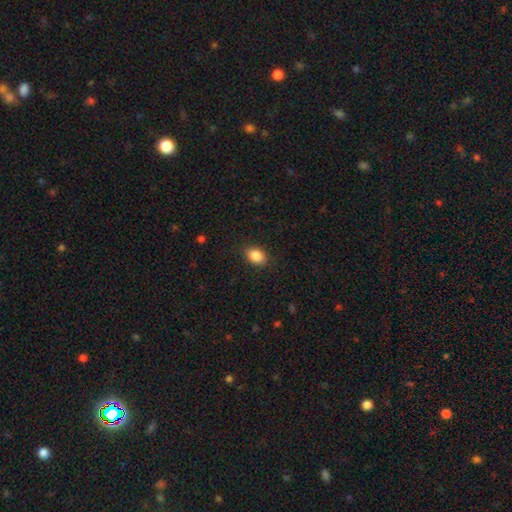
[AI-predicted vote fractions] smooth-or-featured: smooth: 88% | star or artifact: 8% | featured or disk: 4%
  how-rounded: in between: 78% | round: 21% | cigar-shaped: 1%
  merging: none: 87% | minor disturbance: 10% | major disturbance: 3% | merger: 1%